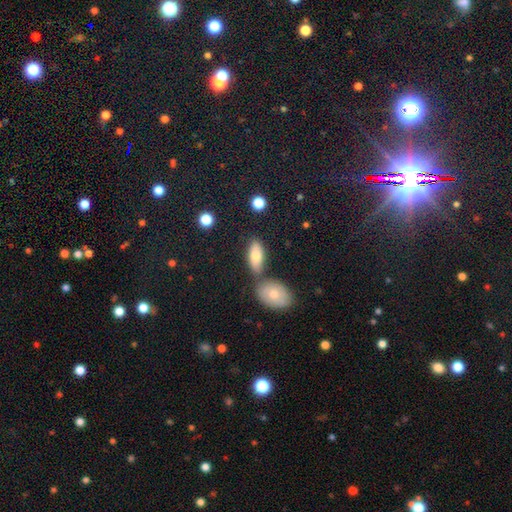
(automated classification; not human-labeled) Smooth or featured: smooth — 75% (featured or disk — 18%)
How rounded: in between — 86% (cigar-shaped — 10%)
Merging: none — 64% (merger — 21%)